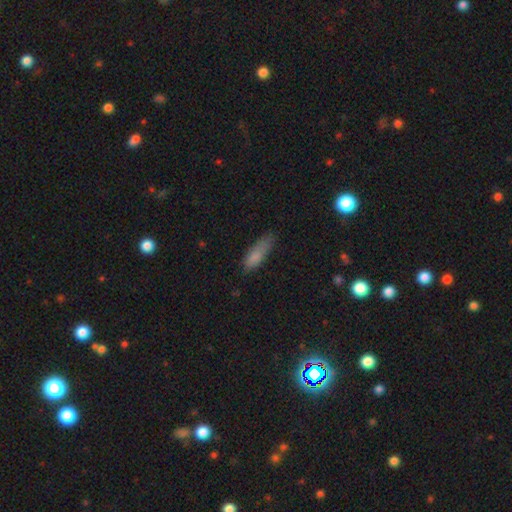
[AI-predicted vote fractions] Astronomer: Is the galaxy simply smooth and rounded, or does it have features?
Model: smooth — 82%.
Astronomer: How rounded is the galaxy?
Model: cigar-shaped — 50% (runner-up: in between, 48%).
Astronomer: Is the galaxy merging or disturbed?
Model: none — 54% (runner-up: minor disturbance, 33%).